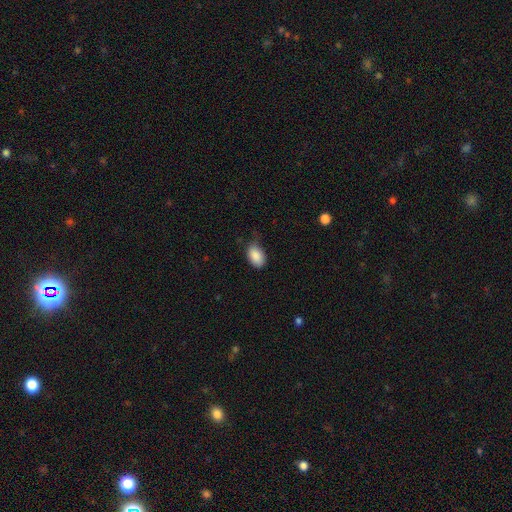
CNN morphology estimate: Smooth or featured? Predicted: smooth (p=0.88). How rounded? Predicted: in between (p=0.90). Merging? Predicted: none (p=0.59).